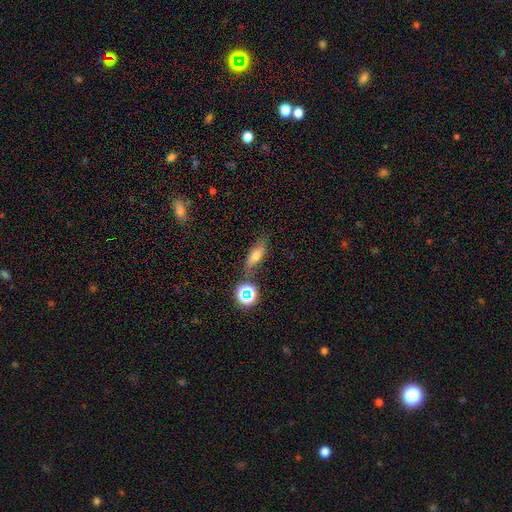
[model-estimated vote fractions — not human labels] This appears to be a smooth galaxy with no disk features (62%) that is in between round and cigar-shaped (58%). Merging: none (73%).